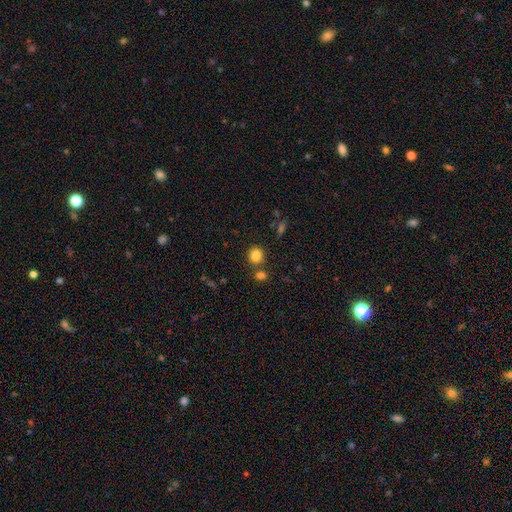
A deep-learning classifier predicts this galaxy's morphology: Q: Smooth or featured?
A: smooth (84%); runner-up: star or artifact (11%)
Q: How rounded?
A: round (75%); runner-up: in between (24%)
Q: Merging?
A: none (71%); runner-up: merger (16%)